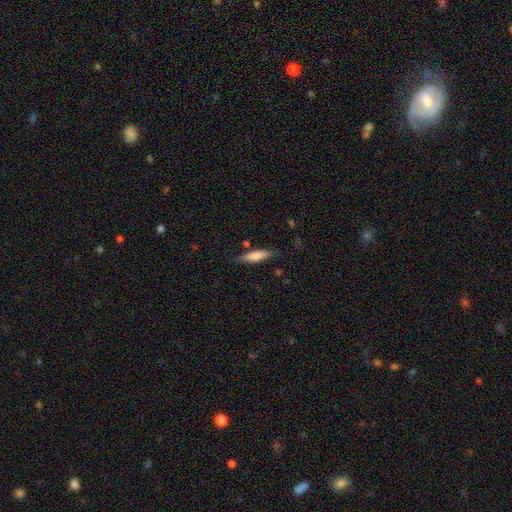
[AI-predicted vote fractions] Smooth or featured? Predicted: smooth (p=0.72). How rounded? Predicted: cigar-shaped (p=0.68). Merging? Predicted: none (p=0.77).